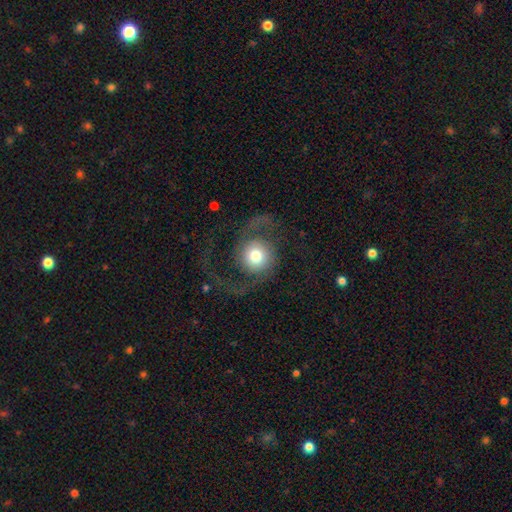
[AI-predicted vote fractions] The model was most divided on "merging": none: 49%, major disturbance: 36%, minor disturbance: 12%, merger: 2%. More confident: edge-on disk — no (96%); spiral arms — yes (81%); bar — no (80%); smooth or featured — featured or disk (53%); bulge size — moderate (52%).